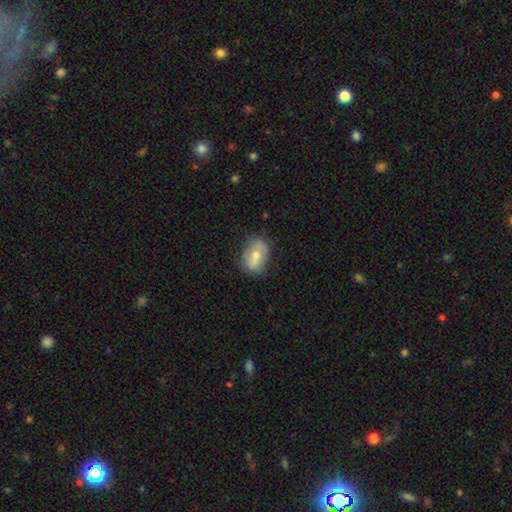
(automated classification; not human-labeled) Smooth or featured?
  - smooth: 59% *
  - featured or disk: 34%
  - star or artifact: 8%
How rounded?
  - in between: 73% *
  - round: 25%
  - cigar-shaped: 2%
Merging?
  - none: 74% *
  - minor disturbance: 18%
  - major disturbance: 5%
  - merger: 2%